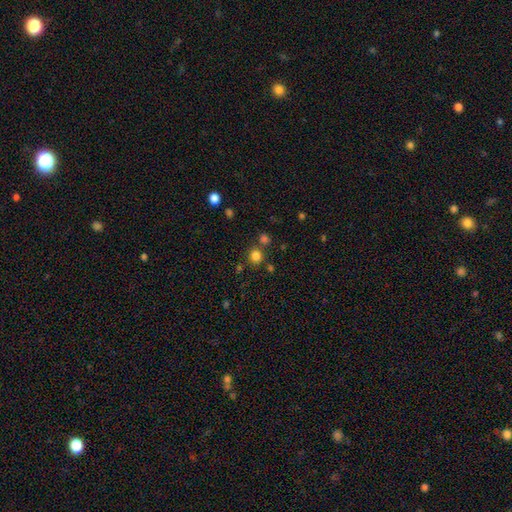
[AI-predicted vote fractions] A smooth galaxy with no disk features (80%) that is round (91%). Merging: none (79%).